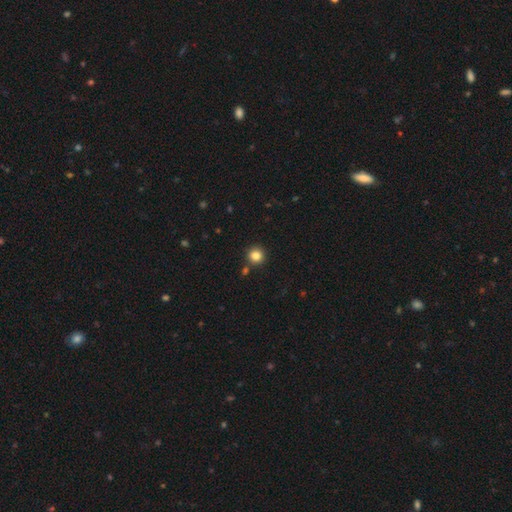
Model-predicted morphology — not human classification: A smooth galaxy with no disk features (84%) that is round (94%). Merging: none (87%).